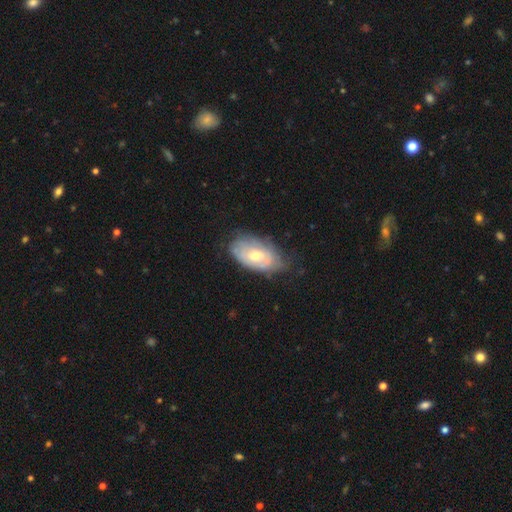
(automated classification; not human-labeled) featured or disk 55%, smooth 39%, star or artifact 6%. Down the decision tree: edge-on disk — no (92%); bar — no (65%); spiral arms — yes (59%); bulge size — moderate (64%); merging — none (59%).